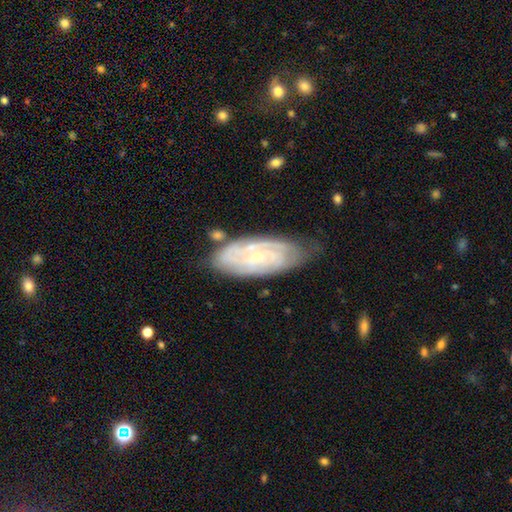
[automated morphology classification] Smooth or featured? Predicted: featured or disk (p=0.76). Edge-on disk? Predicted: no (p=0.92). Bar? Predicted: no (p=0.67). Spiral arms? Predicted: yes (p=0.91). Spiral winding? Predicted: tight (p=0.68). Spiral arm count? Predicted: can't tell (p=0.42). Bulge size? Predicted: small (p=0.75). Merging? Predicted: none (p=0.65).